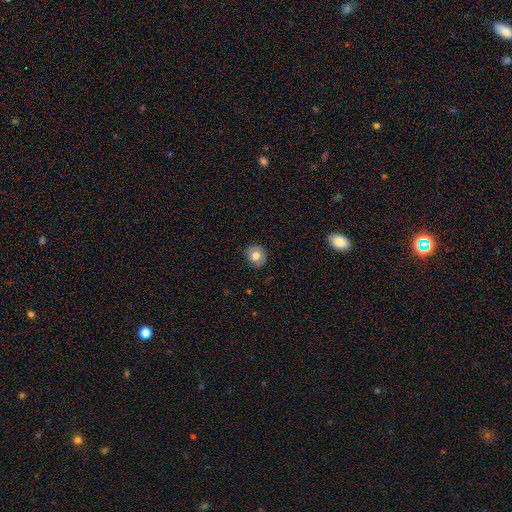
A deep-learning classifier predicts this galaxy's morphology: type=smooth (76%); roundness=round (75%); merging=none (84%).